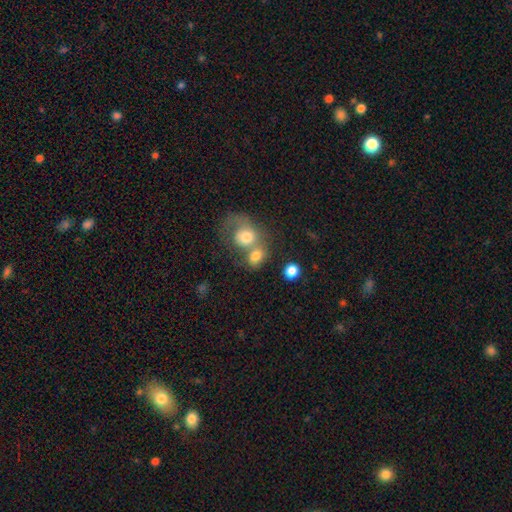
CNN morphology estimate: smooth-or-featured: smooth: 74% | featured or disk: 16% | star or artifact: 9%
  how-rounded: round: 50% | in between: 48% | cigar-shaped: 1%
  merging: merger: 59% | none: 24% | minor disturbance: 8% | major disturbance: 8%